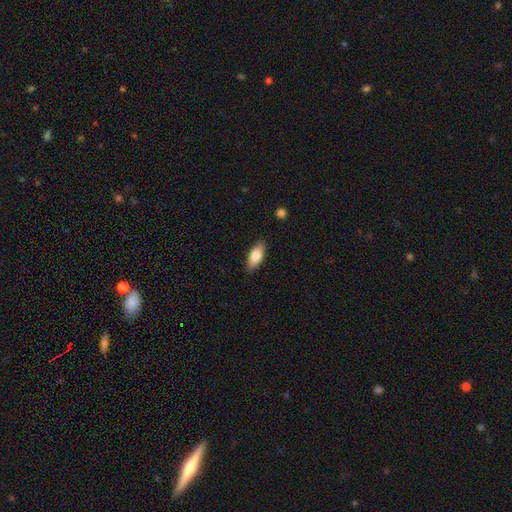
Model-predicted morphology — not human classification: The model was most divided on "smooth or featured": smooth: 79%, featured or disk: 14%, star or artifact: 6%. More confident: merging — none (86%); how rounded — in between (83%).